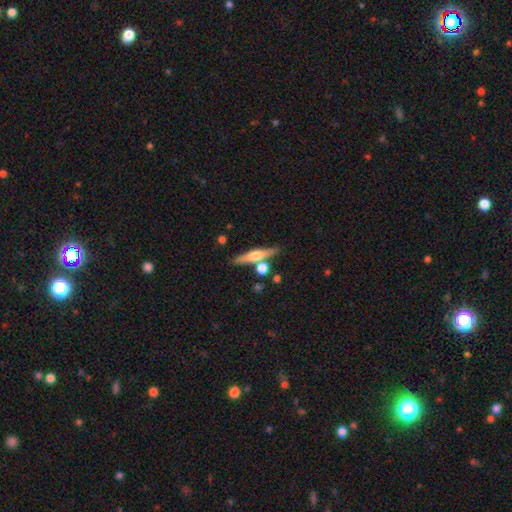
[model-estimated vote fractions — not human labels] A featured or disk galaxy (58%) viewed edge-on (95%) with a rounded central bulge (91%).

Vote fractions:
- Smooth or featured? featured or disk: 58% / smooth: 35% / star or artifact: 7%
- Edge-on disk? yes: 95% / no: 5%
- Edge-on bulge? rounded: 91% / boxy: 5% / none: 4%
- Merging? none: 75% / merger: 13% / minor disturbance: 9% / major disturbance: 3%